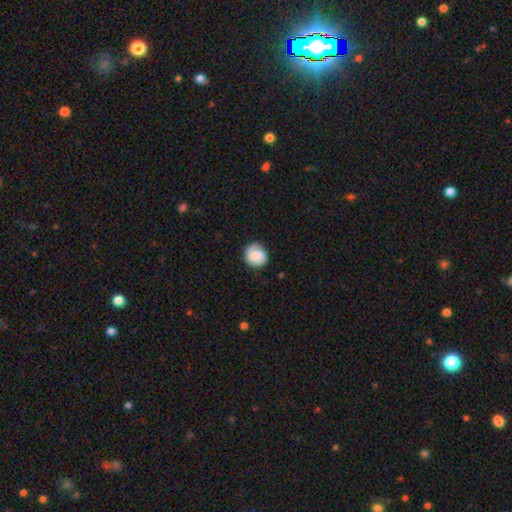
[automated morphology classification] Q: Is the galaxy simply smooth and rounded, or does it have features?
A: smooth — 73%.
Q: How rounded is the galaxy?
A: round — 84%.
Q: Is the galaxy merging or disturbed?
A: none — 74%.